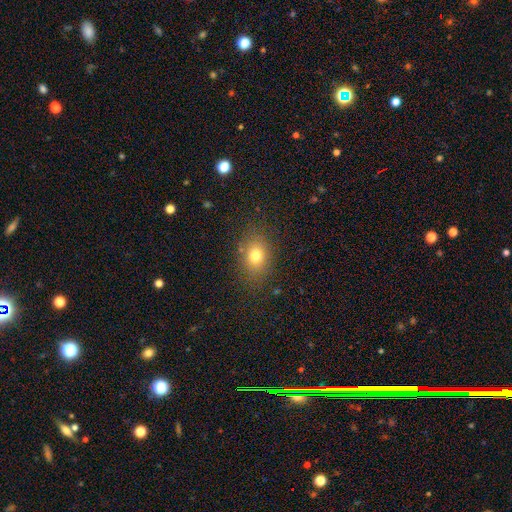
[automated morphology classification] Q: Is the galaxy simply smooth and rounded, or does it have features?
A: smooth — 76%.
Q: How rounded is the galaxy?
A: in between — 61%.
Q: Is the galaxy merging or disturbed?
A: none — 82%.